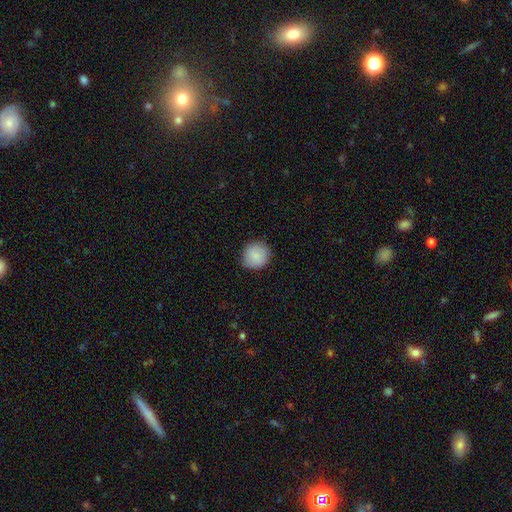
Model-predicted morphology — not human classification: Smooth or featured: smooth — 87% (star or artifact — 7%)
How rounded: round — 90% (in between — 9%)
Merging: none — 85% (minor disturbance — 11%)